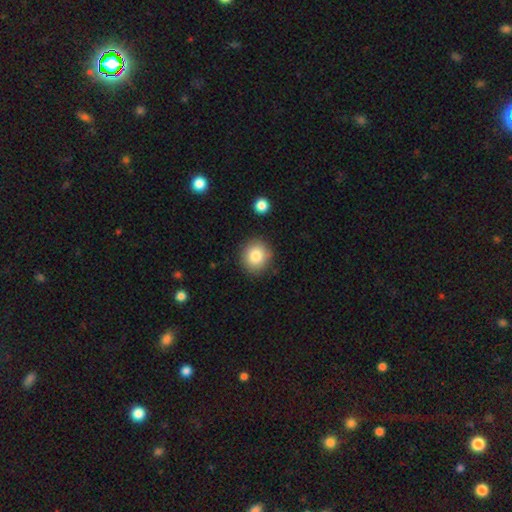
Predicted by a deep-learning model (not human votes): Smooth or featured? Predicted: smooth (p=0.83). How rounded? Predicted: round (p=0.86). Merging? Predicted: none (p=0.87).